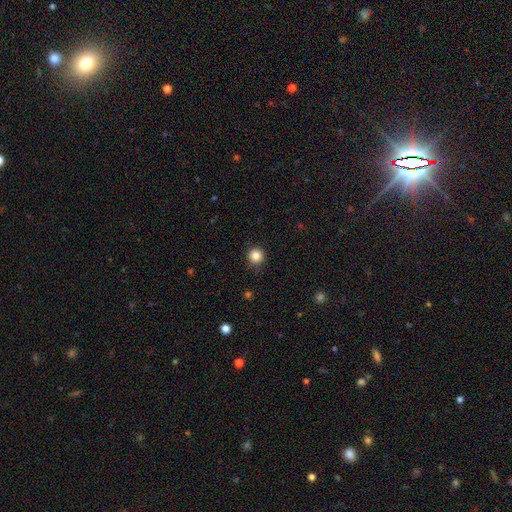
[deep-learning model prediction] Morphology: type=smooth (84%); roundness=round (95%); merging=none (90%).